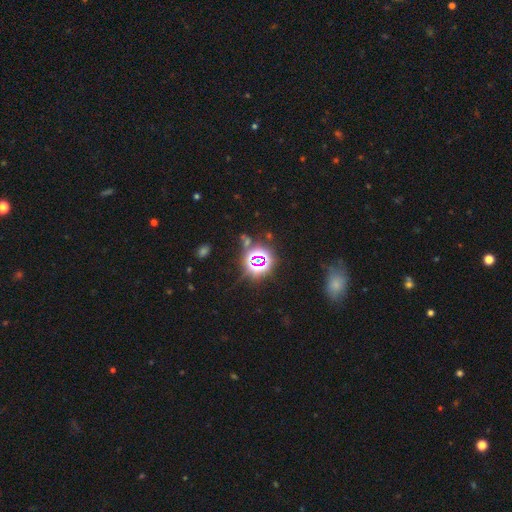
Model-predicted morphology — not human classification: Overall: star or artifact (67%).